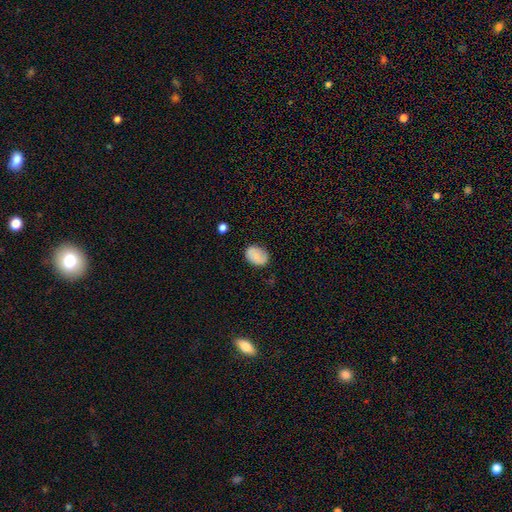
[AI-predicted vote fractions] Smooth or featured? Predicted: smooth (p=0.77). How rounded? Predicted: in between (p=0.73). Merging? Predicted: none (p=0.79).